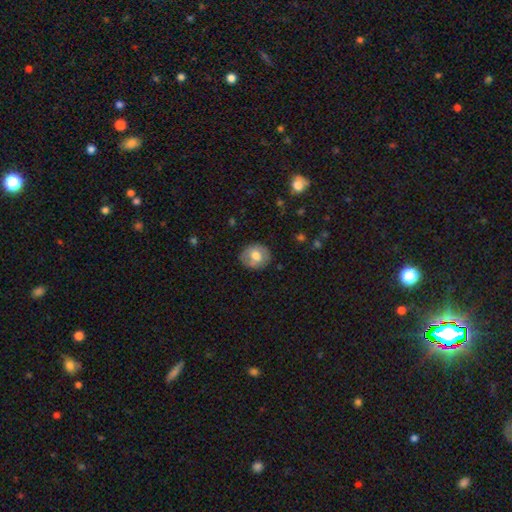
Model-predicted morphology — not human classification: Smooth or featured? Predicted: smooth (p=0.66). How rounded? Predicted: round (p=0.72). Merging? Predicted: none (p=0.80).